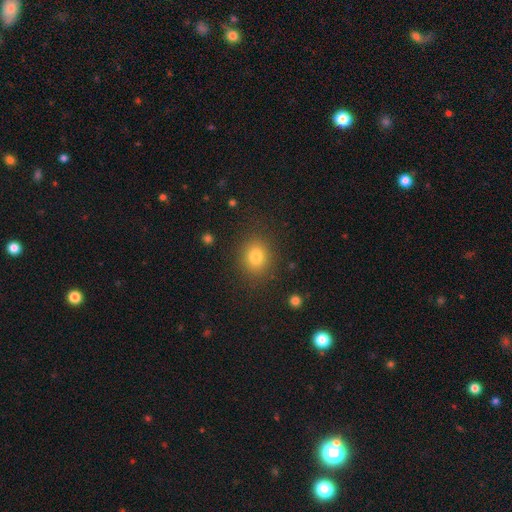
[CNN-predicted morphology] type=smooth (77%); roundness=round (68%); merging=none (89%).